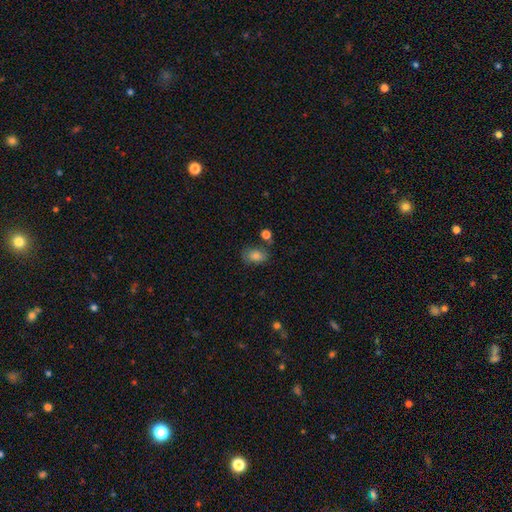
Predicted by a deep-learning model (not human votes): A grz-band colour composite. It shows a smooth galaxy with no disk features (79%) that is in between round and cigar-shaped (82%). Merging: none (65%).